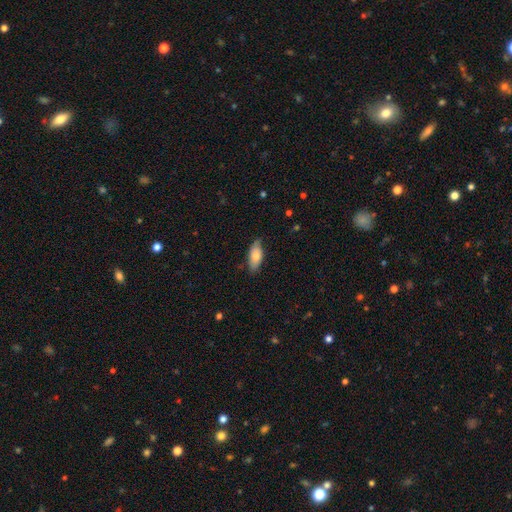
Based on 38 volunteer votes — This is likely a smooth galaxy (79%). How rounded: clearly in between (87%). Merging: likely none (69%).